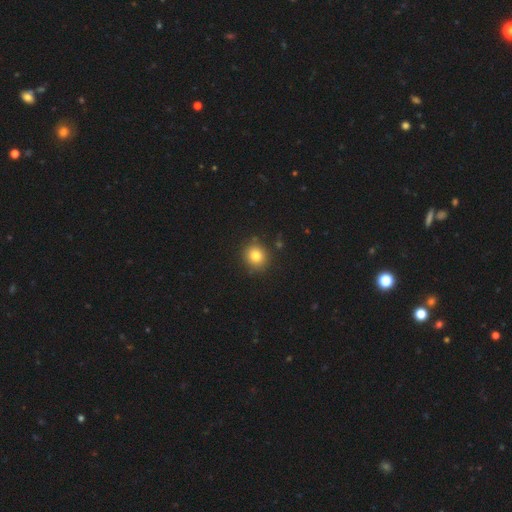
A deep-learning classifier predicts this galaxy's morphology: This is clearly a smooth galaxy (81%). How rounded: clearly round (84%). Merging: clearly none (87%).